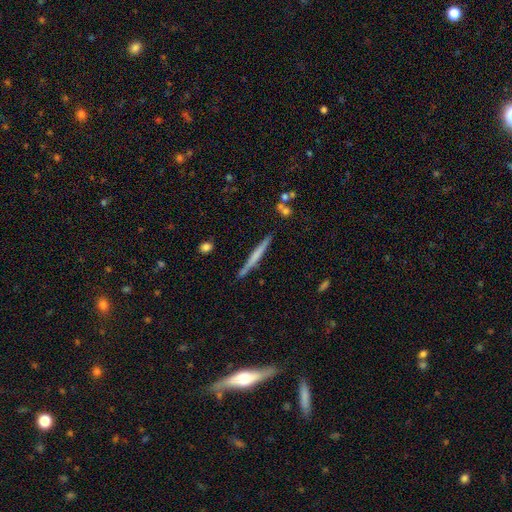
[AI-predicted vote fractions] Smooth or featured?
  - featured or disk: 48% *
  - smooth: 46%
  - star or artifact: 6%
Merging?
  - none: 88% *
  - minor disturbance: 9%
  - merger: 2%
  - major disturbance: 2%